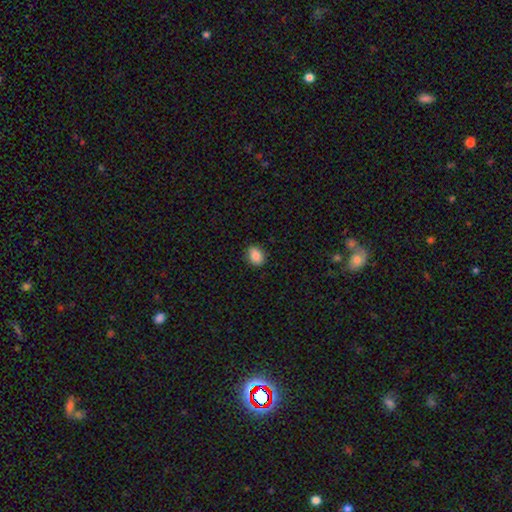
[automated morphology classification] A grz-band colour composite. It shows a smooth galaxy with no disk features (87%) that is in between round and cigar-shaped (66%). Merging: none (88%).